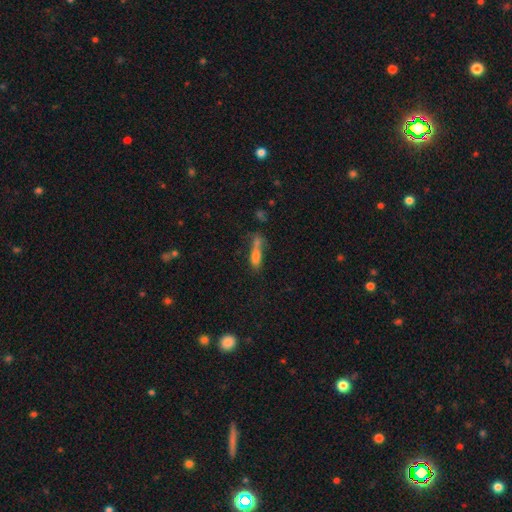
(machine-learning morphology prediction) smooth 58%, featured or disk 24%, star or artifact 18%. Down the decision tree: how rounded — cigar-shaped (60%); merging — none (37%).